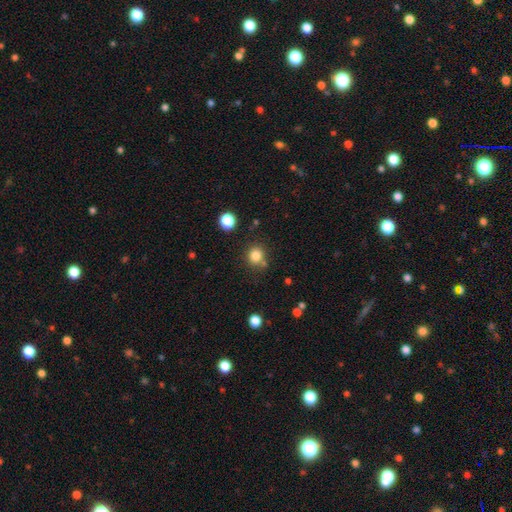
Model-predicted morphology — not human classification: A smooth galaxy with no disk features (82%) that is round (87%).

Vote fractions:
- Smooth or featured? smooth: 82% / star or artifact: 12% / featured or disk: 6%
- How rounded? round: 87% / in between: 12% / cigar-shaped: 1%
- Merging? none: 76% / minor disturbance: 10% / merger: 10% / major disturbance: 3%